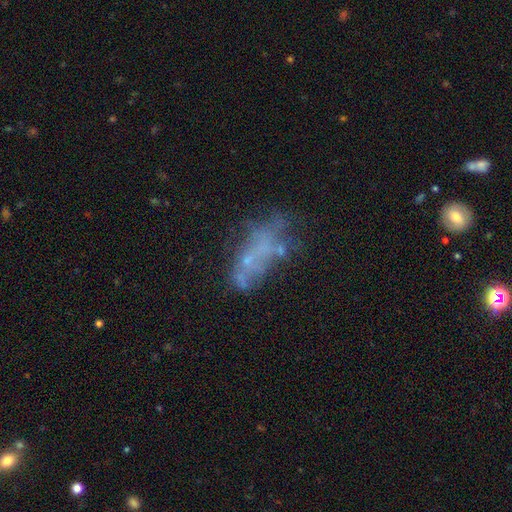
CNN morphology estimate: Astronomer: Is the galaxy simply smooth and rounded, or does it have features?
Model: featured or disk — 50% (runner-up: smooth, 30%).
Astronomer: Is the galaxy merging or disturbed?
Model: none — 44% (runner-up: major disturbance, 22%).